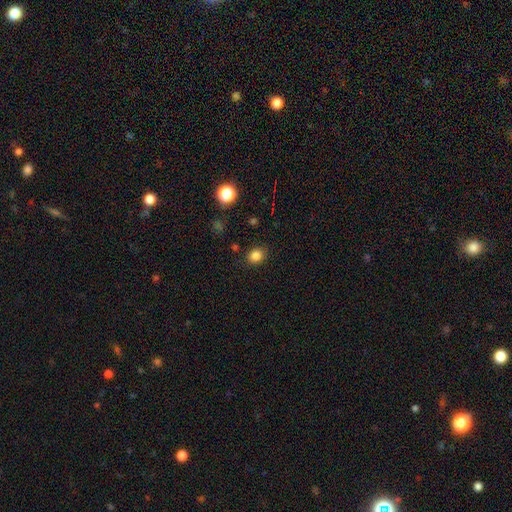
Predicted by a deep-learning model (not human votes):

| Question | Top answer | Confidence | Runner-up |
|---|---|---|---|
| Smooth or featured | smooth | 83% | star or artifact (12%) |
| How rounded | round | 65% | in between (34%) |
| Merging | none | 86% | minor disturbance (10%) |